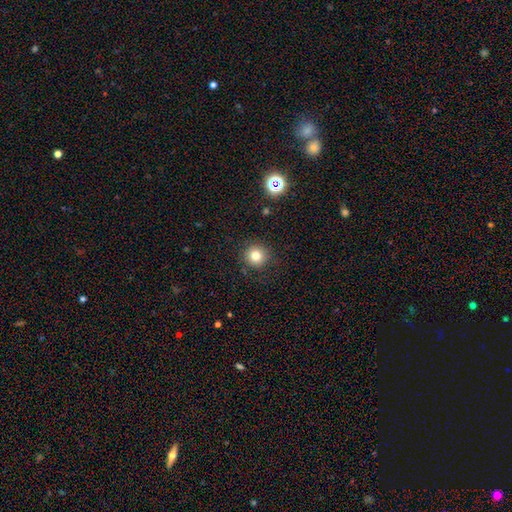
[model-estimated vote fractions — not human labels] Morphology: type=smooth (80%); roundness=round (94%); merging=none (89%).